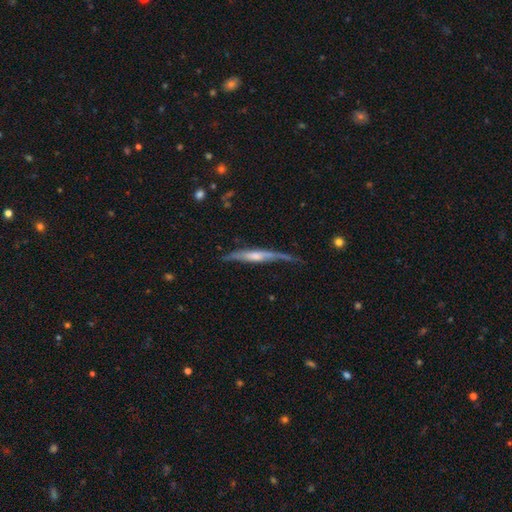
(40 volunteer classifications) smooth-or-featured: featured or disk: 75% | smooth: 25% | star or artifact: 0%
  disk-edge-on: yes: 93% | no: 7%
    edge-on-bulge: none: 39% | boxy: 36% | rounded: 25%
  merging: major disturbance: 42% | minor disturbance: 30% | none: 20% | merger: 8%